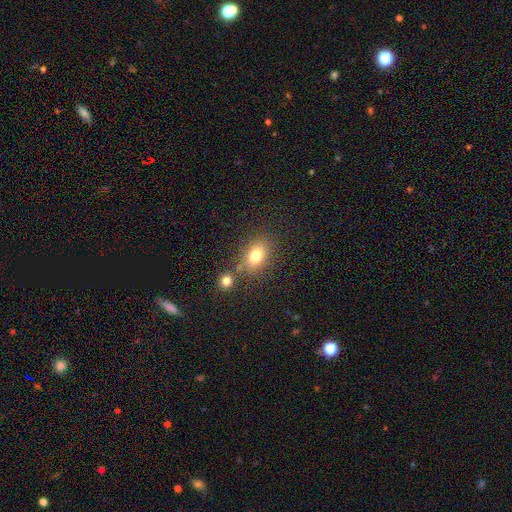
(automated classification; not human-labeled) smooth_or_featured: smooth (p=0.78) [alt: star or artifact p=0.11]
how_rounded: in between (p=0.74) [alt: round p=0.24]
merging: none (p=0.69) [alt: merger p=0.14]